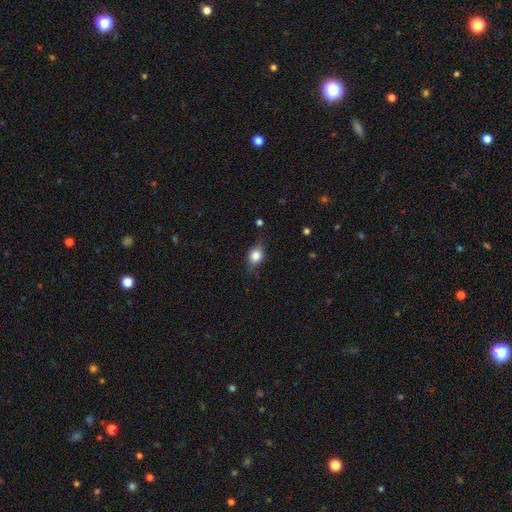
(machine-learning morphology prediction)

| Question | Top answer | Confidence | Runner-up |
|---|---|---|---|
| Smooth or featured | smooth | 68% | featured or disk (23%) |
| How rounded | in between | 56% | round (40%) |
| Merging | none | 67% | minor disturbance (24%) |